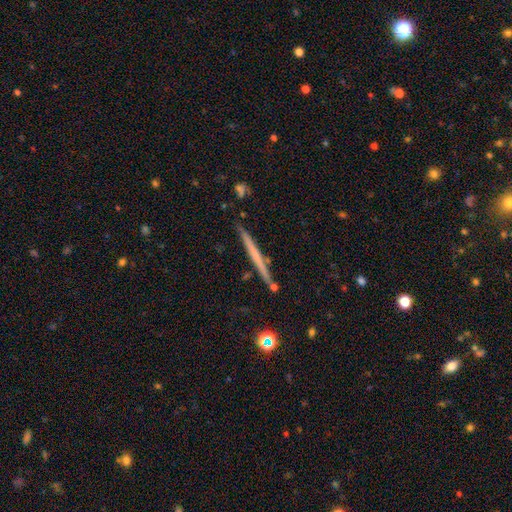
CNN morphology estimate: smooth_or_featured: featured or disk (p=0.53) [alt: smooth p=0.41]
disk_edge_on: yes (p=0.97) [alt: no p=0.03]
edge_on_bulge: none (p=0.86) [alt: rounded p=0.10]
merging: none (p=0.89) [alt: minor disturbance p=0.07]